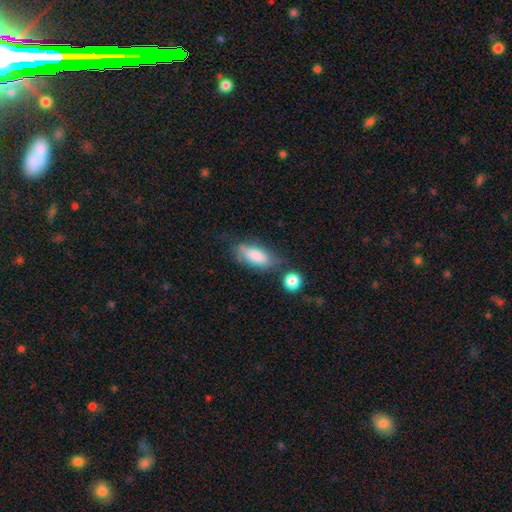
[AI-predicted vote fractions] The model was most divided on "merging": none: 52%, minor disturbance: 26%, merger: 12%, major disturbance: 11%. More confident: how rounded — in between (83%); smooth or featured — smooth (79%).